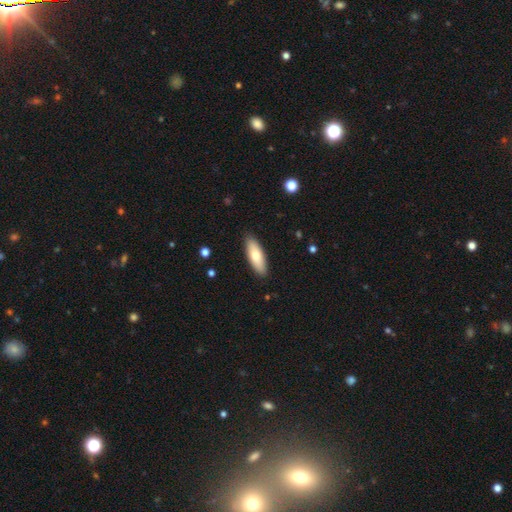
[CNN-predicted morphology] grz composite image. It shows a smooth galaxy with no disk features (74%) that is in between round and cigar-shaped (67%). Merging: none (89%).